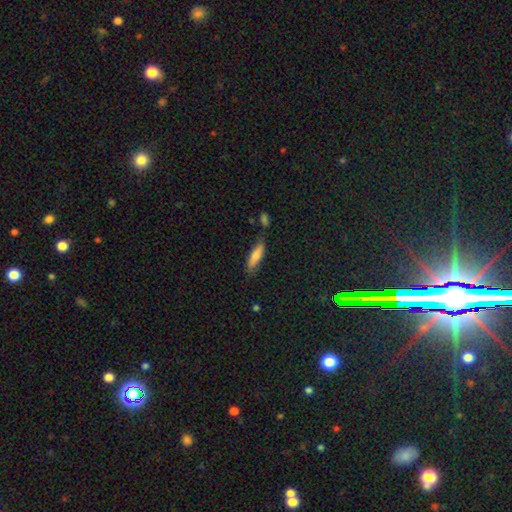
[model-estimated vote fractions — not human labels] This appears to be a smooth galaxy with no disk features (79%) that is cigar-shaped (59%). Merging: none (70%).